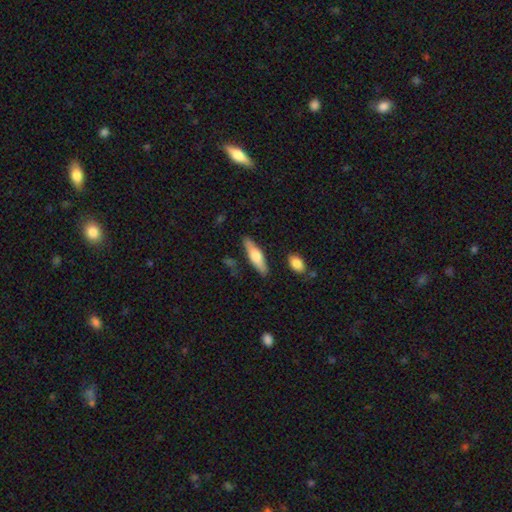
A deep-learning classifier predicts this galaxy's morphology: The model was most divided on "smooth or featured": smooth: 57%, featured or disk: 38%, star or artifact: 6%. More confident: merging — none (84%); how rounded — cigar-shaped (64%).